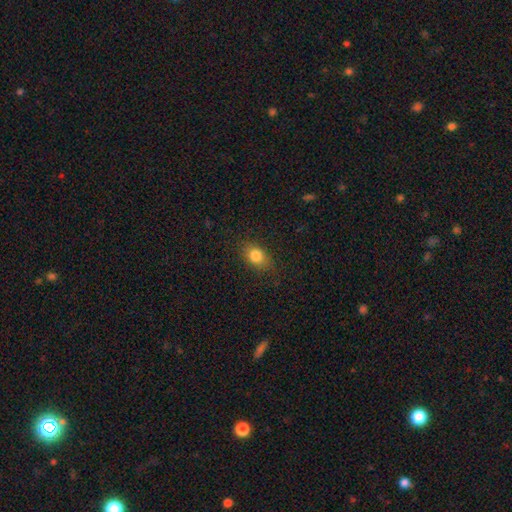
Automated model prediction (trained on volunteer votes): smooth_or_featured: smooth (p=0.82) [alt: star or artifact p=0.10]
how_rounded: in between (p=0.67) [alt: round p=0.30]
merging: none (p=0.81) [alt: minor disturbance p=0.14]